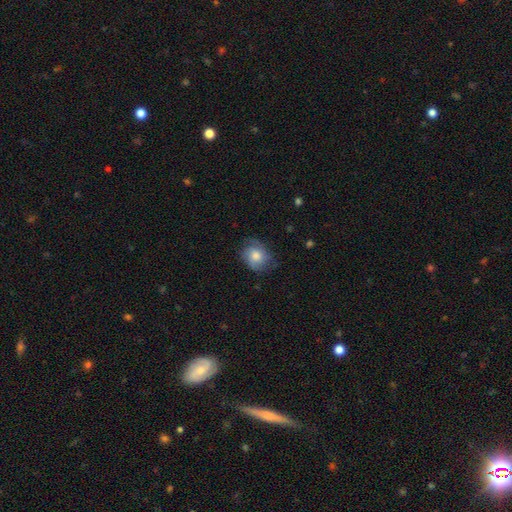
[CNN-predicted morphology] Overall: smooth (62%; featured or disk 30%). How rounded: round (56%; in between 43%). Merging: none (64%; minor disturbance 26%).